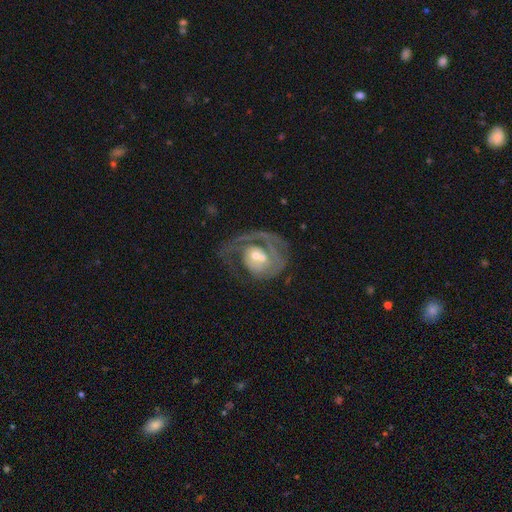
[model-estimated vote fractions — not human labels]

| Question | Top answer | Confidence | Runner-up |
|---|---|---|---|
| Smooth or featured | featured or disk | 76% | smooth (18%) |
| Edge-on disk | no | 97% | yes (3%) |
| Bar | no | 76% | weak (20%) |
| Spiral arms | yes | 76% | no (24%) |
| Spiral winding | tight | 47% | medium (32%) |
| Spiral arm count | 1 | 47% | 2 (24%) |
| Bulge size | moderate | 50% | small (40%) |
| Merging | merger | 34% | none (27%) |